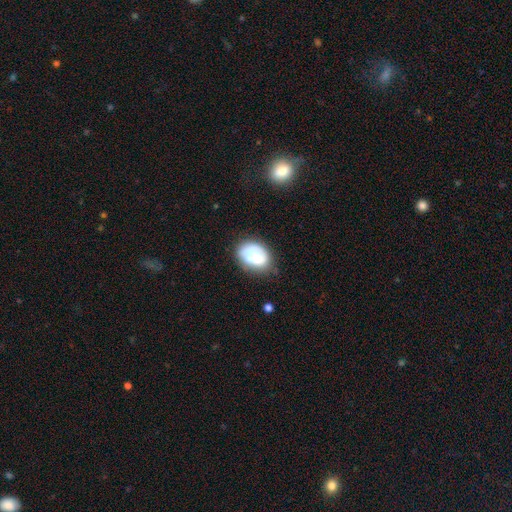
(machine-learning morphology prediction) Q: Smooth or featured?
A: smooth (61%); runner-up: featured or disk (30%)
Q: How rounded?
A: in between (73%); runner-up: round (26%)
Q: Merging?
A: none (50%); runner-up: minor disturbance (28%)